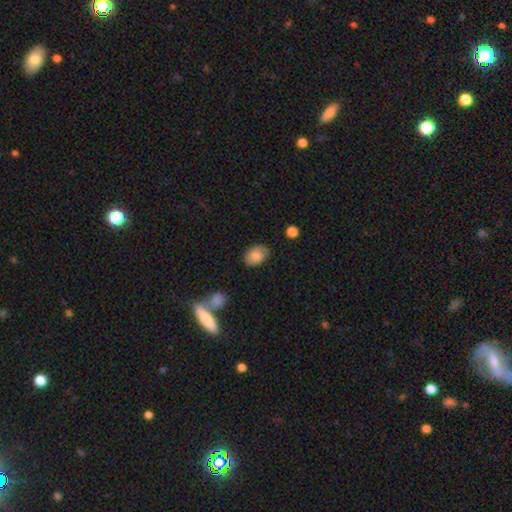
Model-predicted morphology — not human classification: This appears to be a smooth galaxy with no disk features (80%) that is in between round and cigar-shaped (81%). Merging: none (77%).